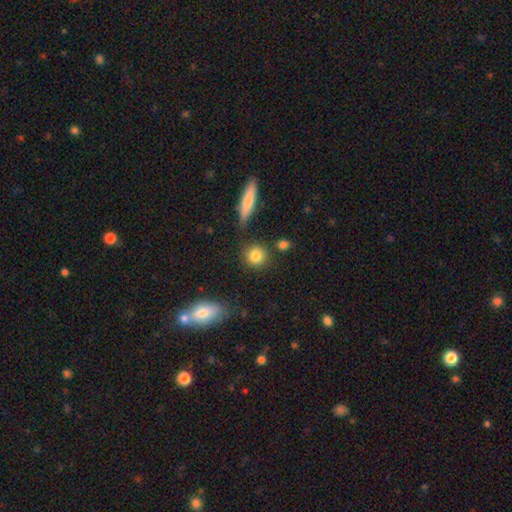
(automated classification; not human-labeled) This appears to be a smooth galaxy with no disk features (83%) that is round (84%). Merging: none (82%).